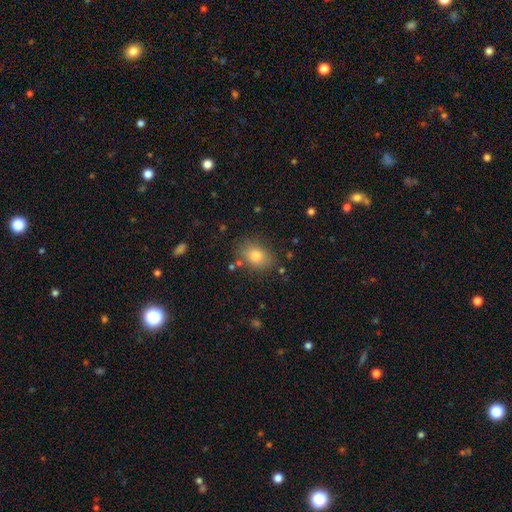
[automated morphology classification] A smooth galaxy with no disk features (78%) that is in between round and cigar-shaped (70%). Merging: none (80%).